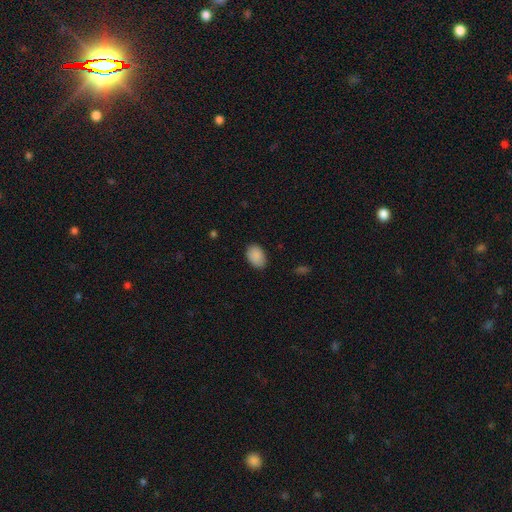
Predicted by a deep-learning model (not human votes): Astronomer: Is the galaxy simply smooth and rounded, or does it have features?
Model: smooth — 89%.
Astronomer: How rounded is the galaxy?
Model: in between — 86%.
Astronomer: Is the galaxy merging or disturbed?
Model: none — 84%.